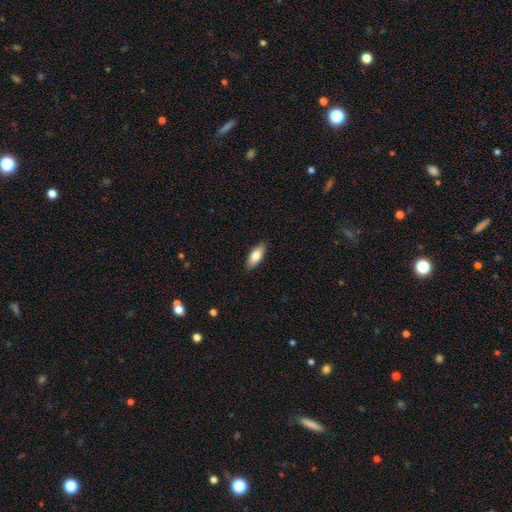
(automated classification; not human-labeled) Smooth or featured? smooth (78%)
How rounded? in between (80%)
Merging? none (88%)